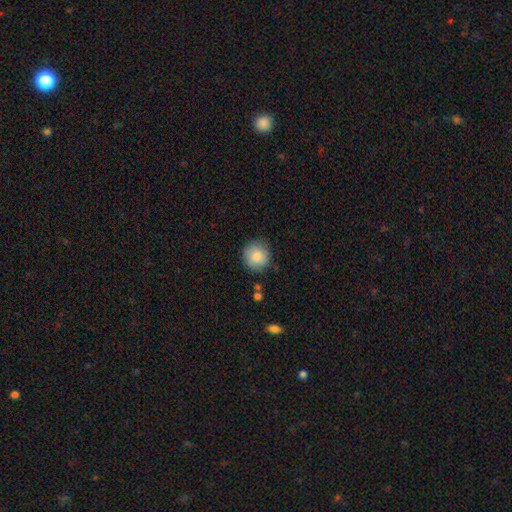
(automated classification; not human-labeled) Overall: smooth (86%). How rounded: round (92%). Merging: none (85%).